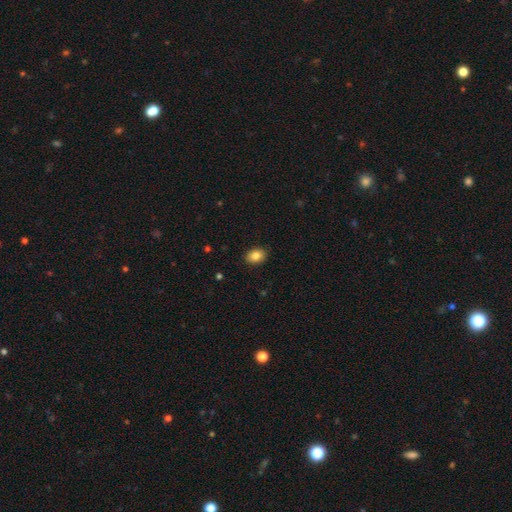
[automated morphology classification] type=smooth (86%); roundness=in between (73%); merging=none (89%).